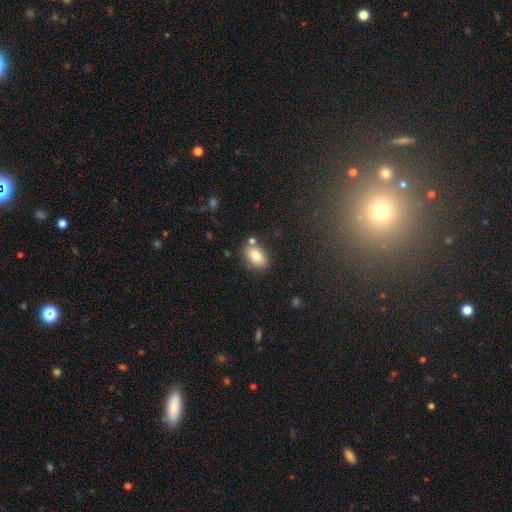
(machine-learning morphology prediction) type=smooth (82%); roundness=in between (88%); merging=none (74%).